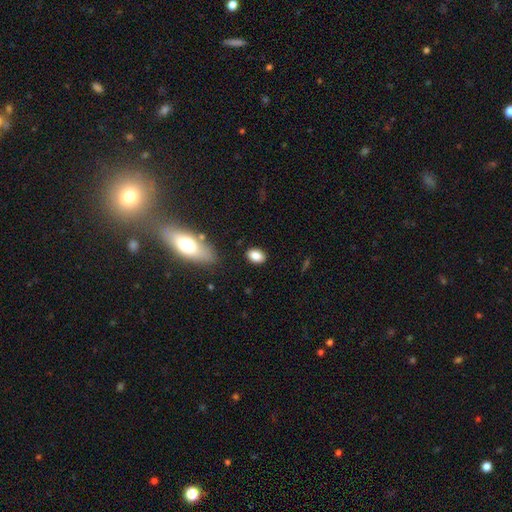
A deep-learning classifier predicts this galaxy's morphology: Smooth or featured? Predicted: smooth (p=0.86). How rounded? Predicted: in between (p=0.84). Merging? Predicted: none (p=0.84).